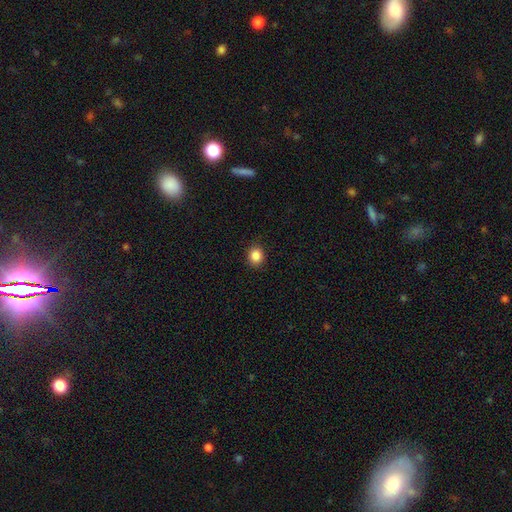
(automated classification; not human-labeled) Smooth or featured?
  - smooth: 87% *
  - star or artifact: 10%
  - featured or disk: 3%
How rounded?
  - round: 75% *
  - in between: 24%
  - cigar-shaped: 1%
Merging?
  - none: 89% *
  - minor disturbance: 8%
  - major disturbance: 2%
  - merger: 1%